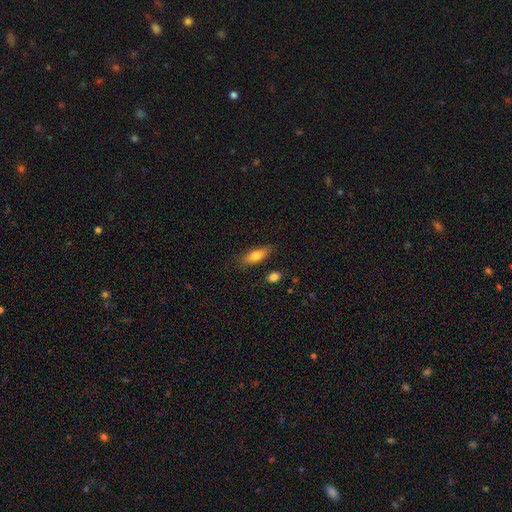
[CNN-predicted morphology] Smooth or featured?
  - smooth: 77% *
  - featured or disk: 16%
  - star or artifact: 7%
How rounded?
  - in between: 68% *
  - cigar-shaped: 29%
  - round: 3%
Merging?
  - none: 80% *
  - minor disturbance: 14%
  - major disturbance: 3%
  - merger: 3%